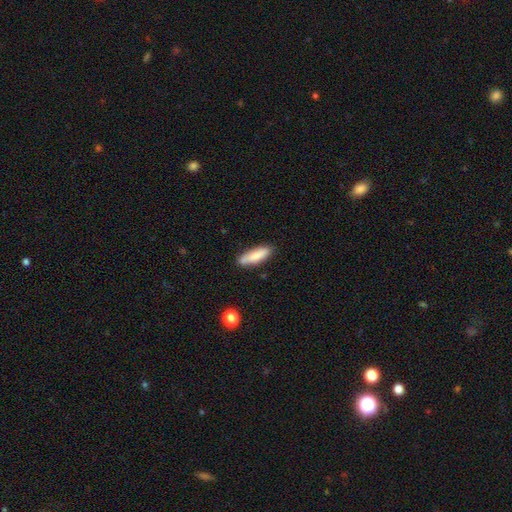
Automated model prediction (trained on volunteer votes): This appears to be a smooth galaxy with no disk features (83%) that is cigar-shaped (56%). Merging: none (81%).